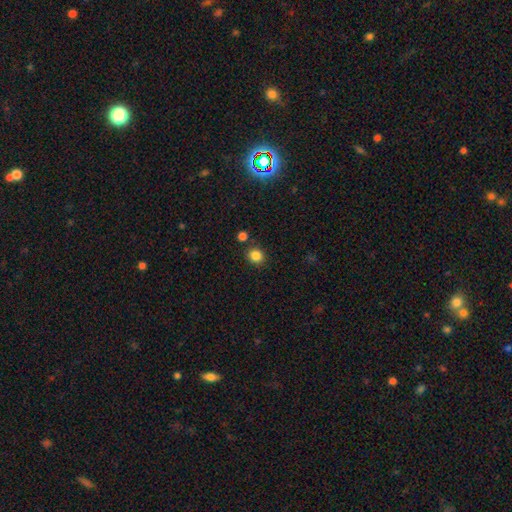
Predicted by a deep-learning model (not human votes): Morphology: type=smooth (84%); roundness=round (81%); merging=none (84%).